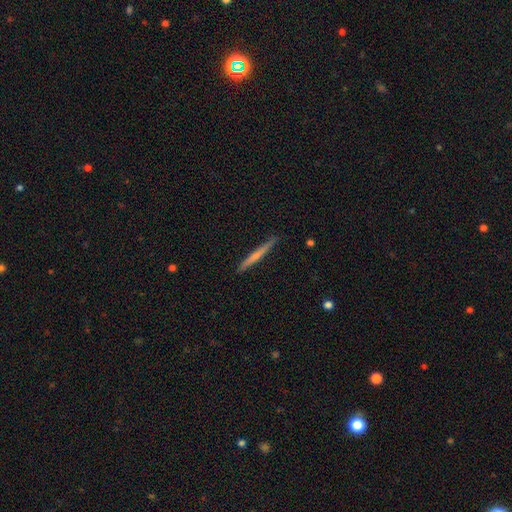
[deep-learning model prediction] Morphology: type=smooth (51%); roundness=cigar-shaped (97%); merging=none (91%).